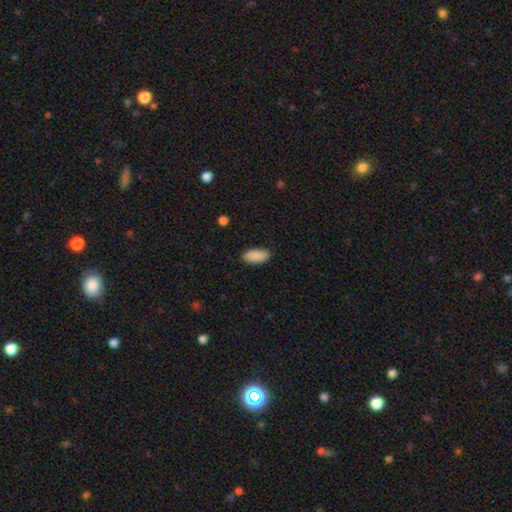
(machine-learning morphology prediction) smooth_or_featured: smooth (p=0.90) [alt: star or artifact p=0.06]
how_rounded: in between (p=0.90) [alt: cigar-shaped p=0.08]
merging: none (p=0.87) [alt: minor disturbance p=0.10]